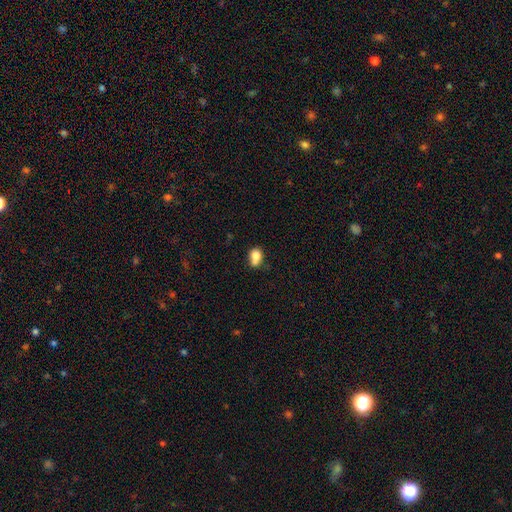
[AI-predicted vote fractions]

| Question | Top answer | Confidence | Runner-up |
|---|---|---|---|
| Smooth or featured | smooth | 76% | featured or disk (14%) |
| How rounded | in between | 58% | round (40%) |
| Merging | none | 38% | merger (31%) |